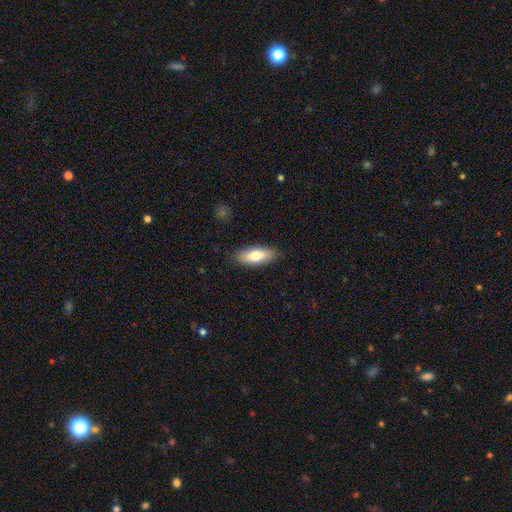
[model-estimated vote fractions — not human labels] smooth-or-featured: smooth: 74% | featured or disk: 20% | star or artifact: 6%
  how-rounded: in between: 74% | cigar-shaped: 23% | round: 2%
  merging: none: 87% | minor disturbance: 10% | major disturbance: 2% | merger: 1%